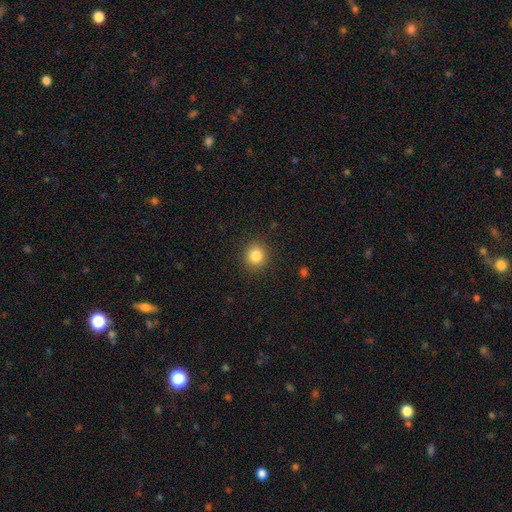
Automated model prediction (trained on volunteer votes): Smooth or featured: smooth — 84% (star or artifact — 11%)
How rounded: round — 89% (in between — 10%)
Merging: none — 91% (minor disturbance — 6%)